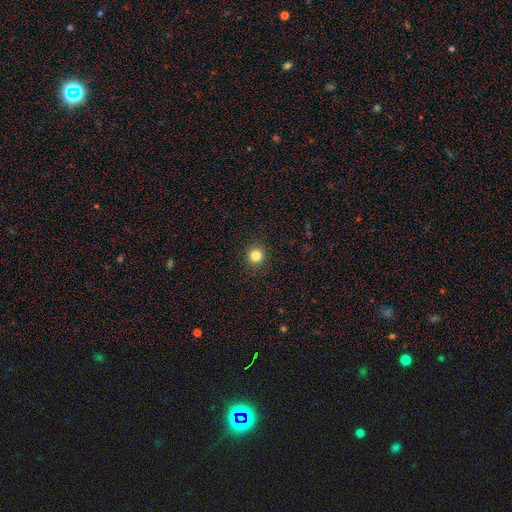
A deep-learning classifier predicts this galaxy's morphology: smooth-or-featured: smooth: 83% | star or artifact: 12% | featured or disk: 4%
  how-rounded: round: 94% | in between: 5% | cigar-shaped: 1%
  merging: none: 92% | minor disturbance: 5% | major disturbance: 2% | merger: 1%